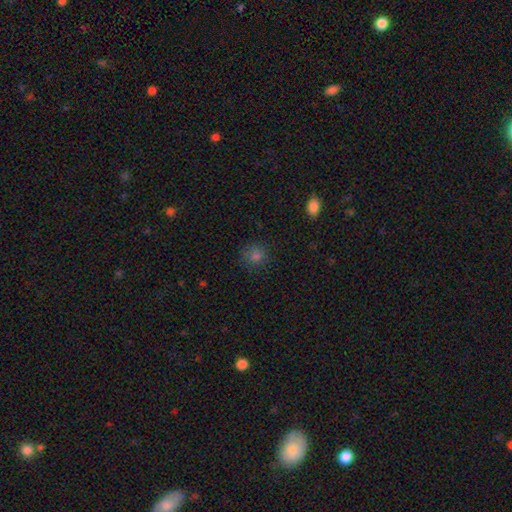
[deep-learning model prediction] Morphology: type=smooth (77%); roundness=round (87%); merging=none (83%).